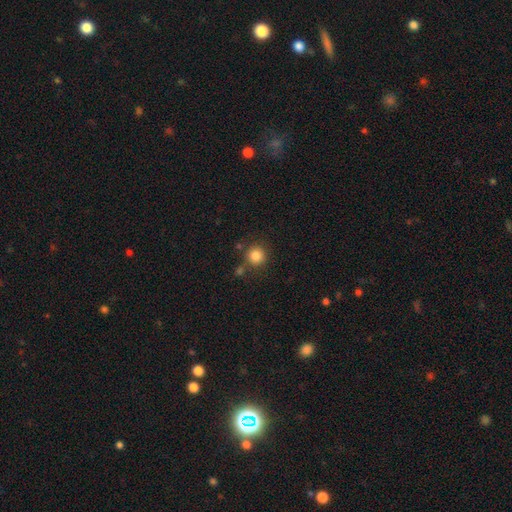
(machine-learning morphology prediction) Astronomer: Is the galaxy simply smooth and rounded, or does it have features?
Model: smooth — 85%.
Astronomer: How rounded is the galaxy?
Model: round — 93%.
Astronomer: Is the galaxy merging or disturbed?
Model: none — 79%.